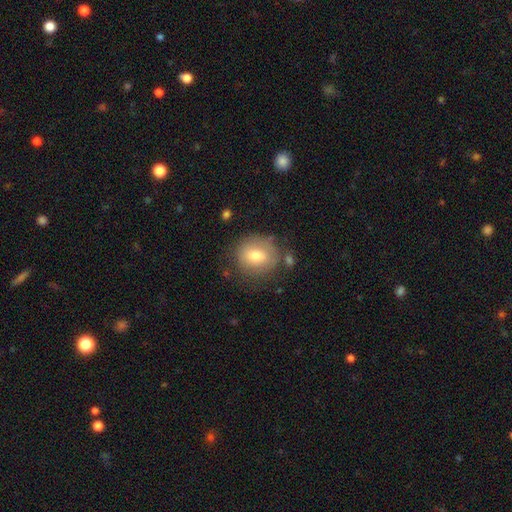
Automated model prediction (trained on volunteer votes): Q: Smooth or featured?
A: smooth (71%); runner-up: featured or disk (20%)
Q: How rounded?
A: round (77%); runner-up: in between (22%)
Q: Merging?
A: none (73%); runner-up: minor disturbance (17%)